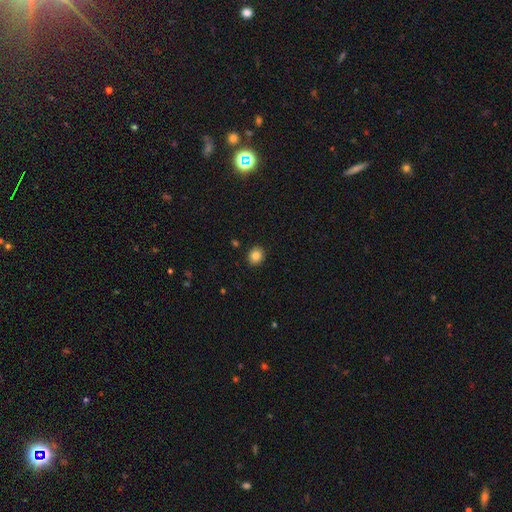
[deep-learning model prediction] smooth-or-featured: smooth: 83% | star or artifact: 10% | featured or disk: 8%
  how-rounded: round: 66% | in between: 33% | cigar-shaped: 1%
  merging: none: 91% | minor disturbance: 6% | major disturbance: 2% | merger: 1%